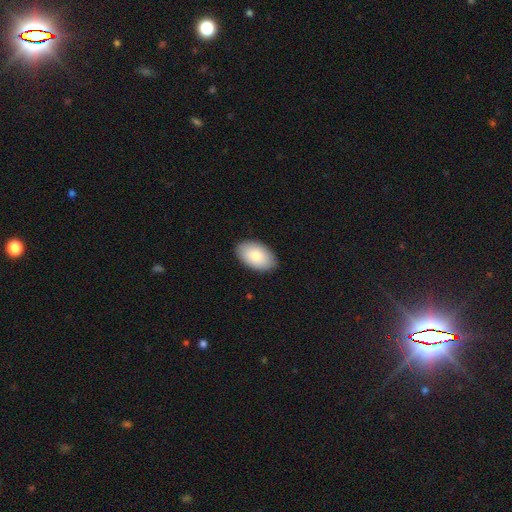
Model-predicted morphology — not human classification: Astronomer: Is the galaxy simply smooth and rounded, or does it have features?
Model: smooth — 82%.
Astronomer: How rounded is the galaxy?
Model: in between — 94%.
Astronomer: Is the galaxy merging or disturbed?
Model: none — 88%.